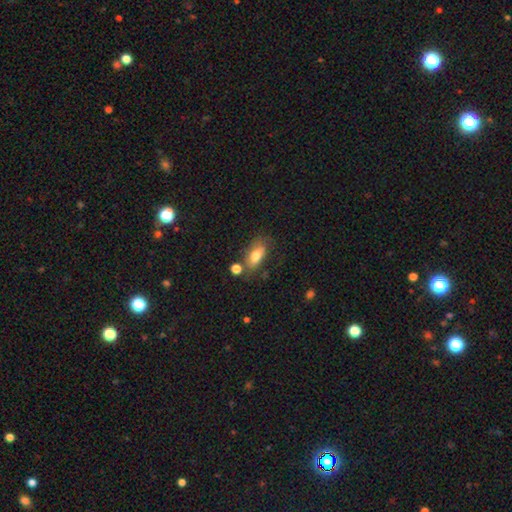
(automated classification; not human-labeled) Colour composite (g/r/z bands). It shows a smooth galaxy with no disk features (74%) that is in between round and cigar-shaped (84%). Merging: none (63%).